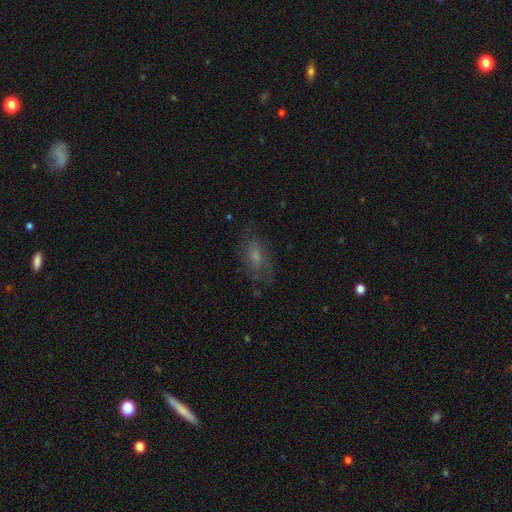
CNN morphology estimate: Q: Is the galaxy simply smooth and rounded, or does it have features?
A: smooth — 46%.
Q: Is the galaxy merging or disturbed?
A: none — 63%.